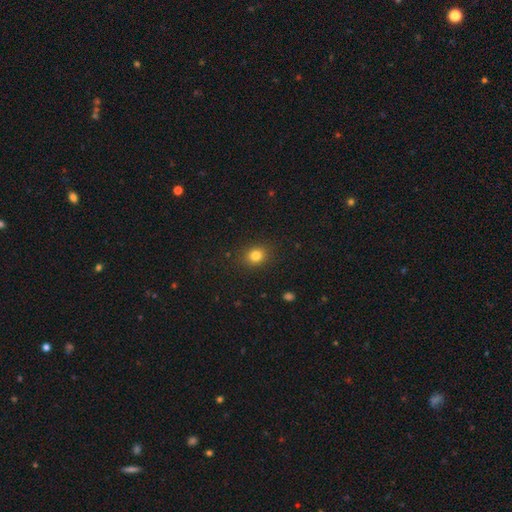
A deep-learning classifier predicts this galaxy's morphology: Overall: smooth (82%). How rounded: round (68%; in between 31%). Merging: none (88%).